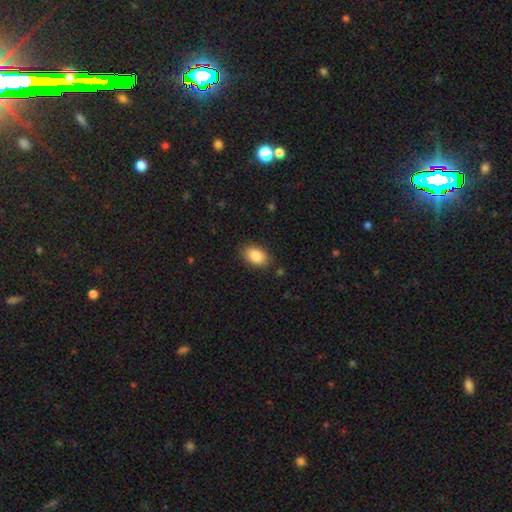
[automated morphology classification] Smooth or featured: smooth — 87% (star or artifact — 7%)
How rounded: in between — 89% (round — 10%)
Merging: none — 85% (minor disturbance — 11%)